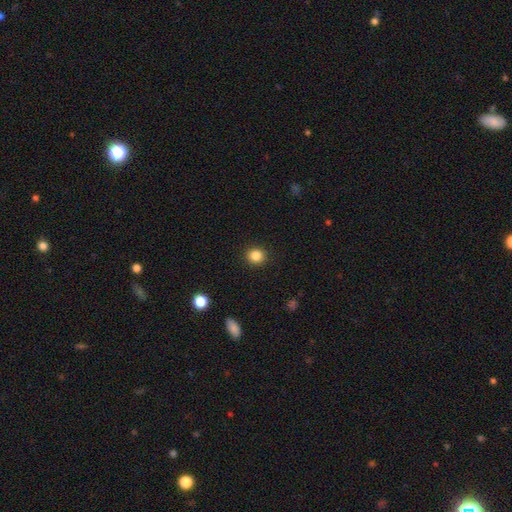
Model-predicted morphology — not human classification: Smooth or featured? Predicted: smooth (p=0.85). How rounded? Predicted: round (p=0.86). Merging? Predicted: none (p=0.92).